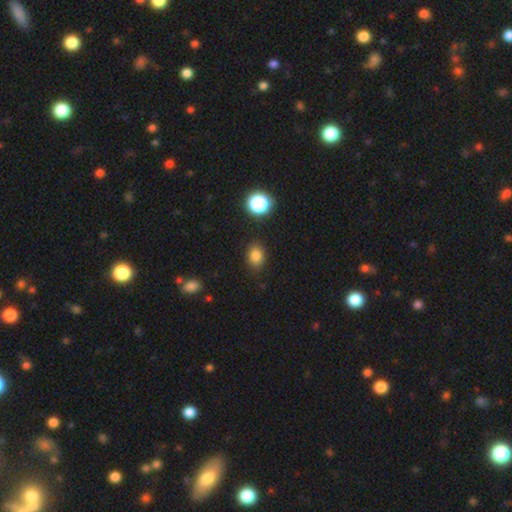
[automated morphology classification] This is clearly a smooth galaxy (82%). How rounded: possibly in between (59%). Merging: clearly none (84%).